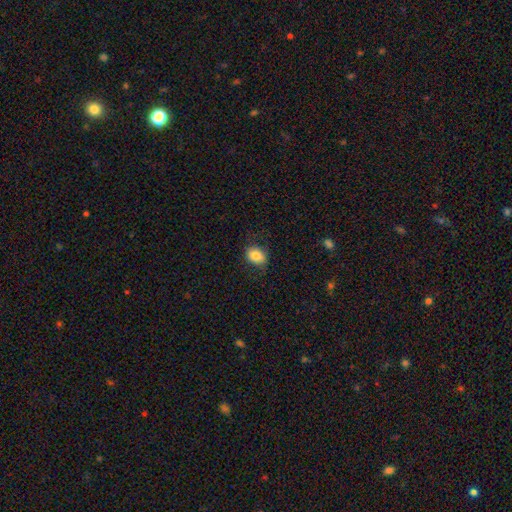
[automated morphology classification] Q: Smooth or featured?
A: smooth (83%); runner-up: star or artifact (9%)
Q: How rounded?
A: in between (57%); runner-up: round (42%)
Q: Merging?
A: none (79%); runner-up: minor disturbance (15%)